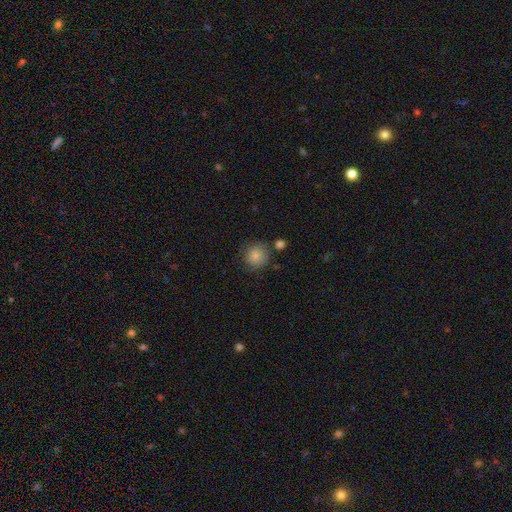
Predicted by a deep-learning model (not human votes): Smooth or featured? Predicted: smooth (p=0.83). How rounded? Predicted: round (p=0.89). Merging? Predicted: none (p=0.73).